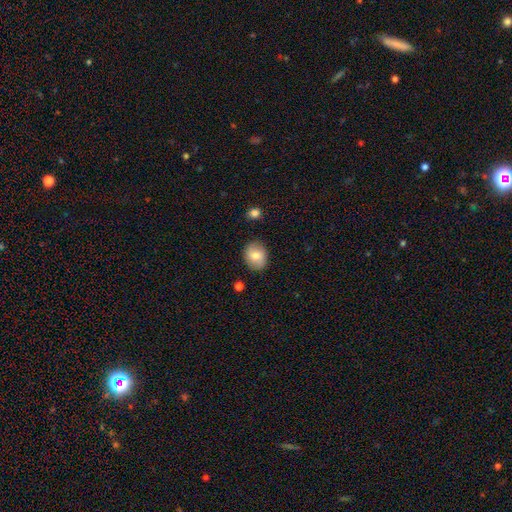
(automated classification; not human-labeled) Overall: smooth (75%). How rounded: round (58%; in between 41%). Merging: none (84%).